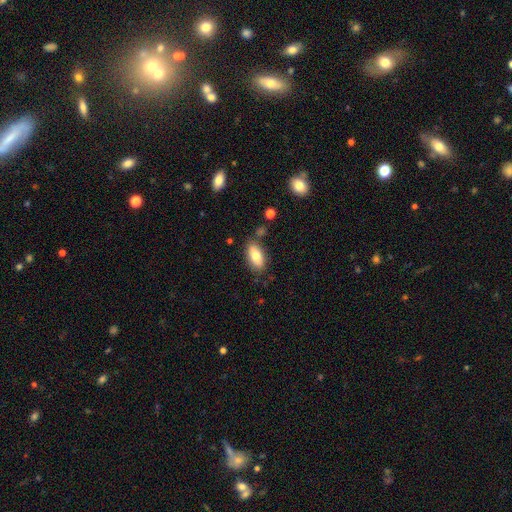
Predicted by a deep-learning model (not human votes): Overall: smooth (79%). How rounded: in between (89%). Merging: none (78%).